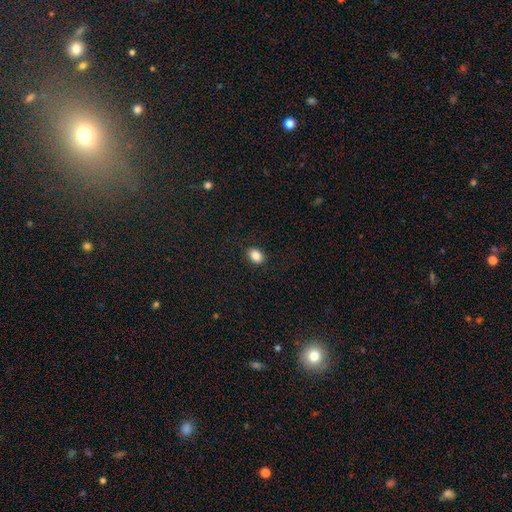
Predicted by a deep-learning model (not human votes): smooth 86%, star or artifact 9%, featured or disk 5%. Down the decision tree: how rounded — in between (66%); merging — none (89%).